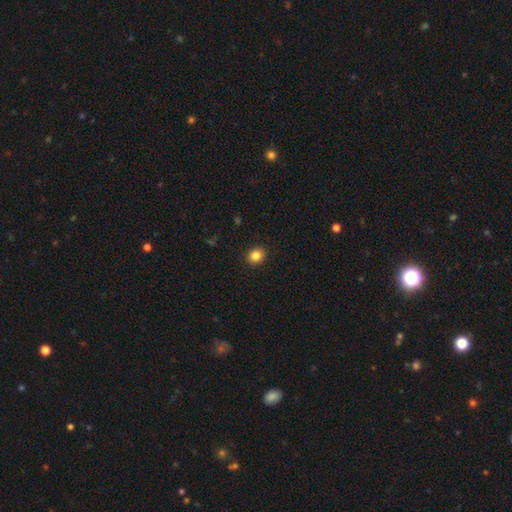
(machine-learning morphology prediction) This is clearly a smooth galaxy (85%). How rounded: likely round (69%). Merging: clearly none (91%).